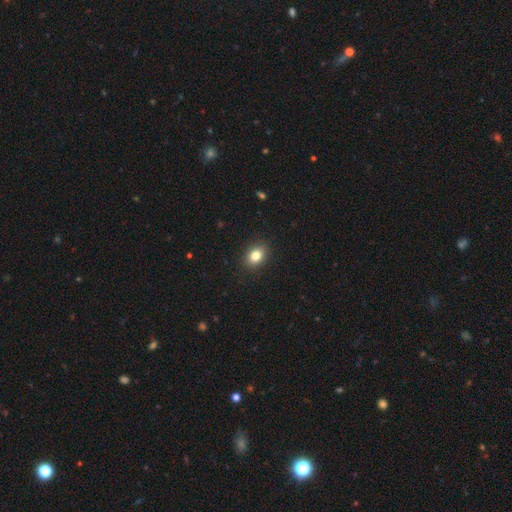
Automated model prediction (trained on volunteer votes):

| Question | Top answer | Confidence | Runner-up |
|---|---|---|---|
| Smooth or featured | smooth | 82% | star or artifact (10%) |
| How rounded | in between | 69% | round (30%) |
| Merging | none | 90% | minor disturbance (7%) |